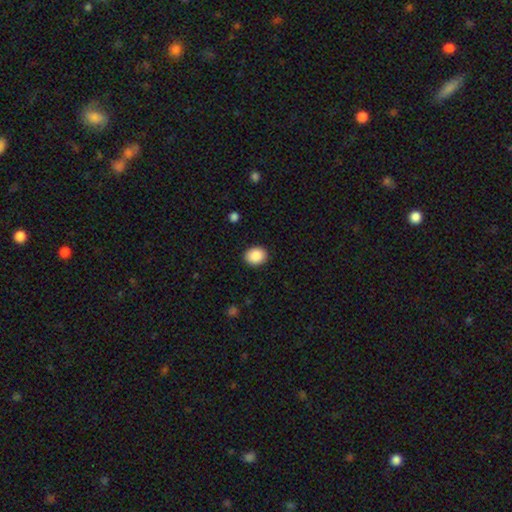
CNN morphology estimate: This appears to be a smooth galaxy with no disk features (89%) that is round (53%). Merging: none (90%).